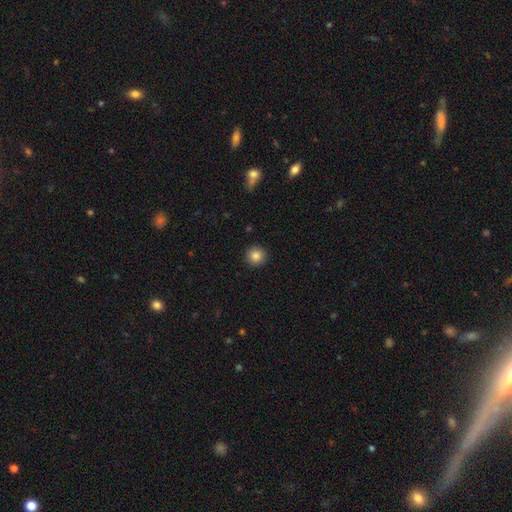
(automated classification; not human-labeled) Smooth or featured? Predicted: smooth (p=0.86). How rounded? Predicted: round (p=0.94). Merging? Predicted: none (p=0.92).